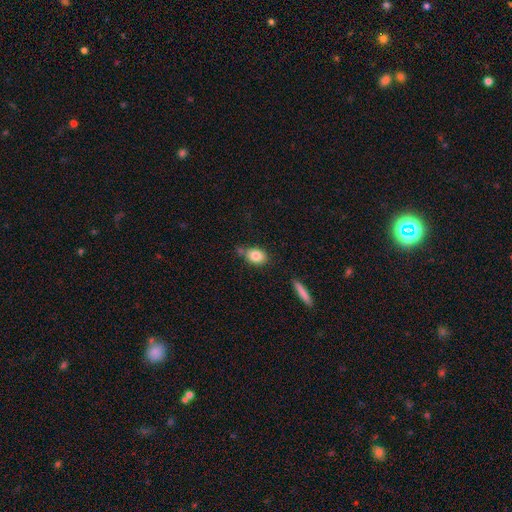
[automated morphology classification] smooth_or_featured: smooth (p=0.83) [alt: featured or disk p=0.09]
how_rounded: in between (p=0.71) [alt: round p=0.26]
merging: none (p=0.65) [alt: minor disturbance p=0.19]